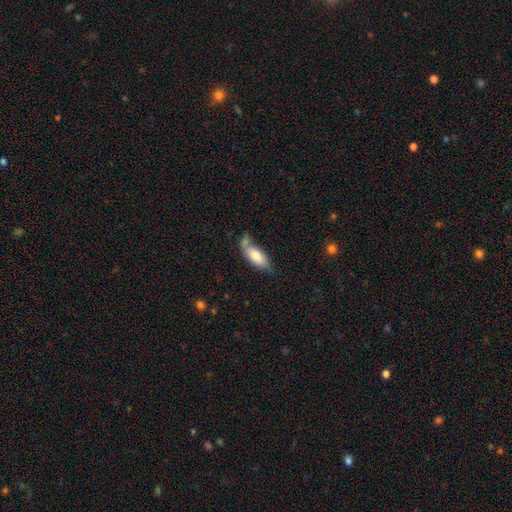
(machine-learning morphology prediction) smooth 74%, featured or disk 19%, star or artifact 6%. Down the decision tree: how rounded — in between (75%); merging — none (43%).